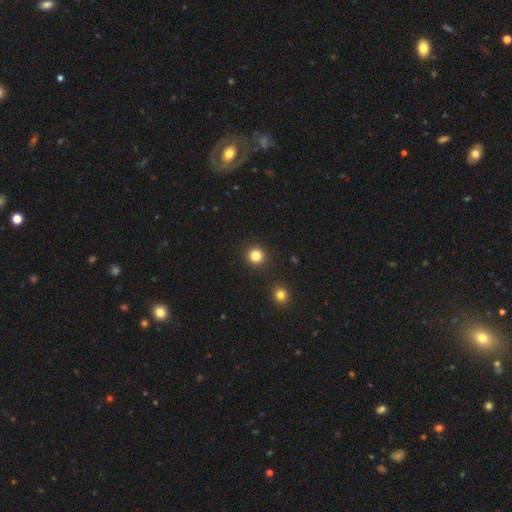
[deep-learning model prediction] Morphology: type=smooth (82%); roundness=round (94%); merging=none (92%).